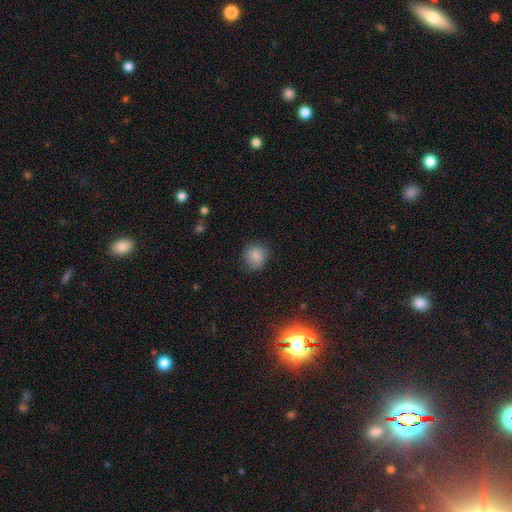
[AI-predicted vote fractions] A smooth galaxy with no disk features (86%) that is round (86%). Merging: none (76%).